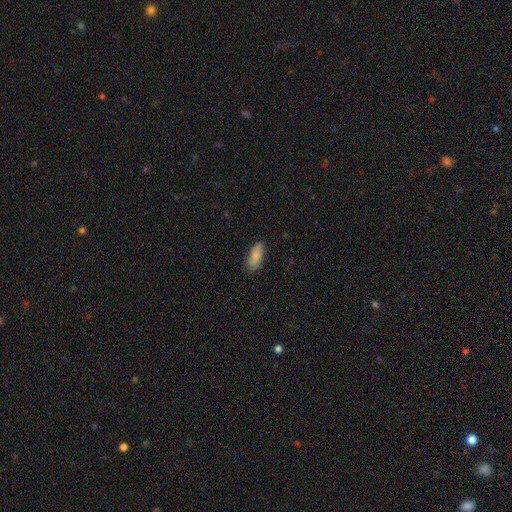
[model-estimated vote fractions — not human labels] Overall: smooth (80%). How rounded: in between (80%). Merging: none (77%).